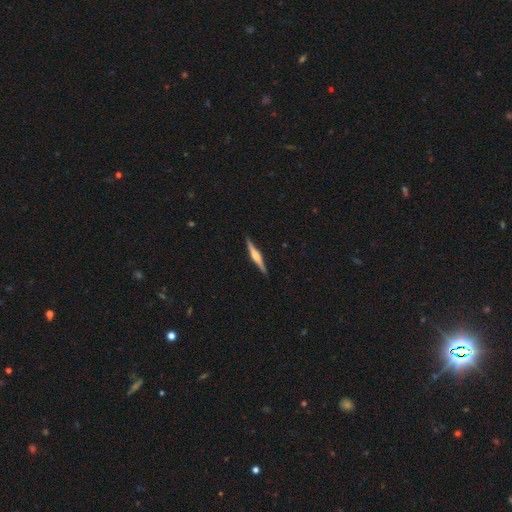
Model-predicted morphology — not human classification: Smooth or featured? Predicted: featured or disk (p=0.70). Edge-on disk? Predicted: yes (p=0.98). Edge-on bulge? Predicted: rounded (p=0.73). Merging? Predicted: none (p=0.91).